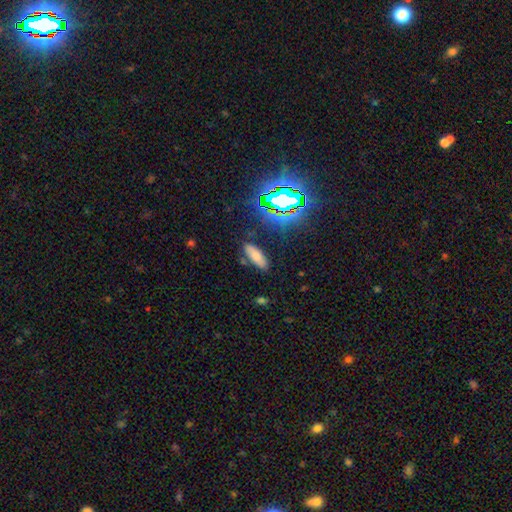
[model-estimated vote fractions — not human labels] Morphology: type=smooth (69%); roundness=in between (68%); merging=none (81%).